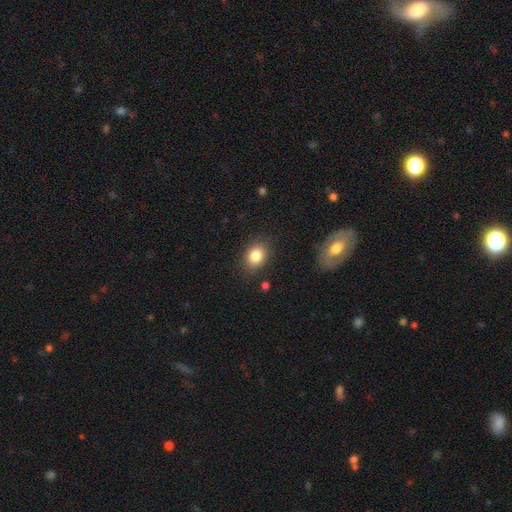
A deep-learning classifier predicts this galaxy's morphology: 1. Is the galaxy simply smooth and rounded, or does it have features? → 83% smooth, 10% star or artifact, 7% featured or disk.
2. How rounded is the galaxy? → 60% in between, 39% round, 1% cigar-shaped.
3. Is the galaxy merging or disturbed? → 84% none, 11% minor disturbance, 3% major disturbance, 2% merger.